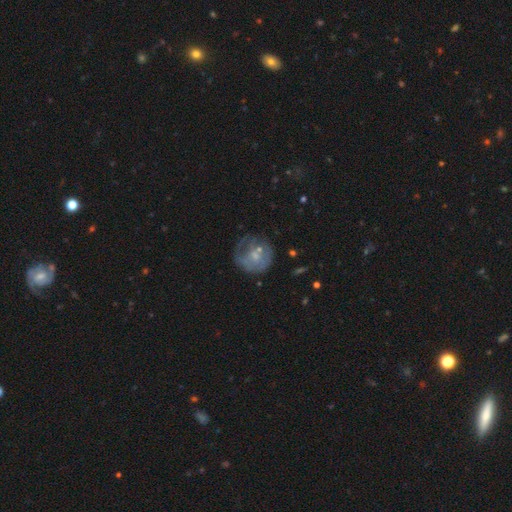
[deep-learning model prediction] This appears to be a featured or disk galaxy (55%) with no bar (77%), no spiral arms (56%) and a small central bulge (52%). Merging: none (45%).